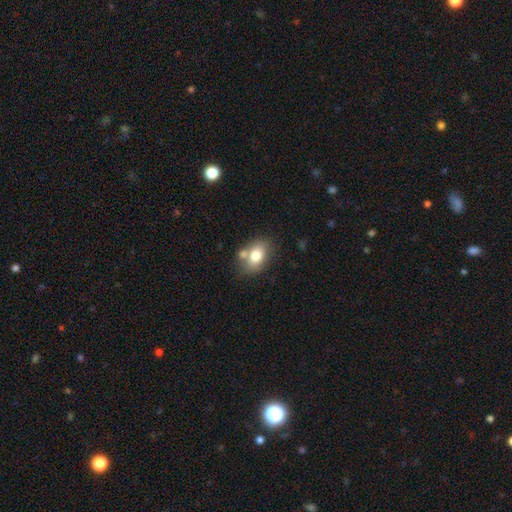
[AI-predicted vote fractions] smooth 75%, featured or disk 17%, star or artifact 9%. Down the decision tree: how rounded — in between (78%); merging — none (58%).